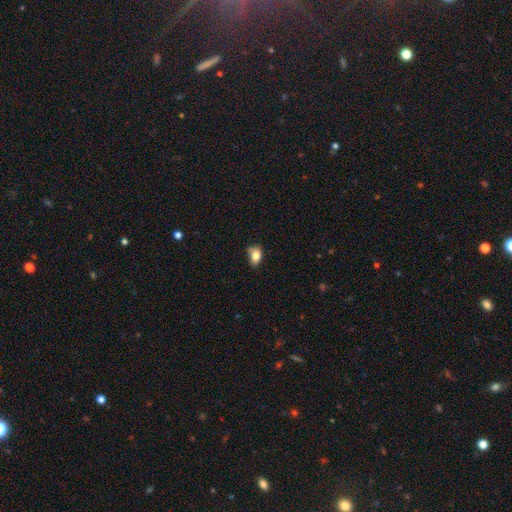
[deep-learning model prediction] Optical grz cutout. It shows a smooth galaxy with no disk features (82%) that is in between round and cigar-shaped (78%). Merging: none (51%).